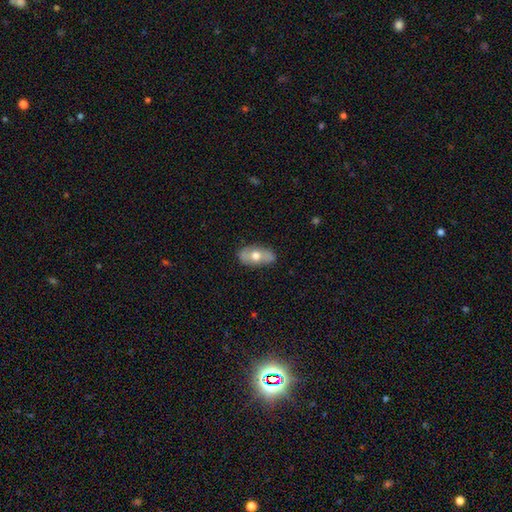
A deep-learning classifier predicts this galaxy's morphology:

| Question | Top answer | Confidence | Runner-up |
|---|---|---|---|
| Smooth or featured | smooth | 55% | featured or disk (39%) |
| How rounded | in between | 89% | round (7%) |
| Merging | none | 79% | minor disturbance (17%) |